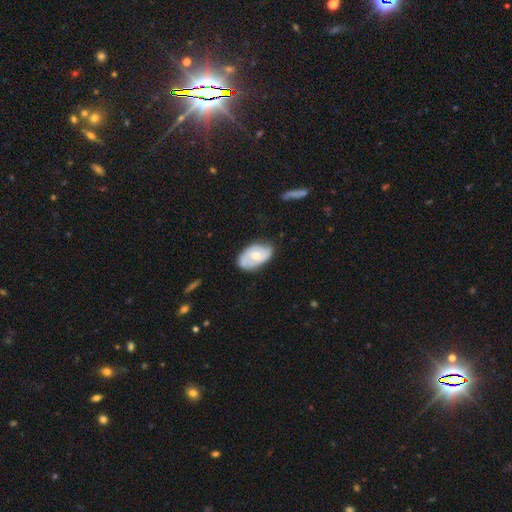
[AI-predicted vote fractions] Morphology: type=smooth (48%); merging=none (66%).